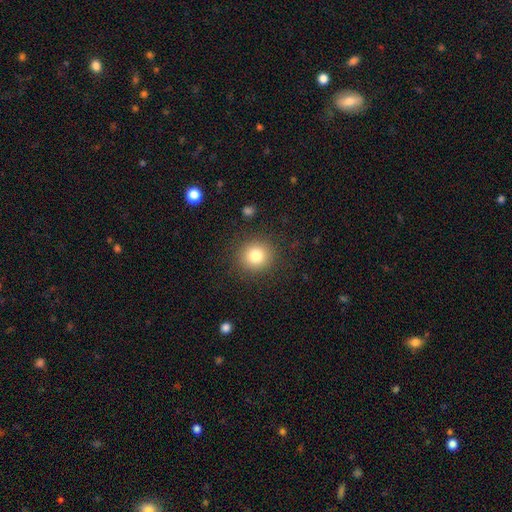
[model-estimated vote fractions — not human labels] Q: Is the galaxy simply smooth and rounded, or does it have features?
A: smooth — 80%.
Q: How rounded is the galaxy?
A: round — 91%.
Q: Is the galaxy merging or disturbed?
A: none — 89%.